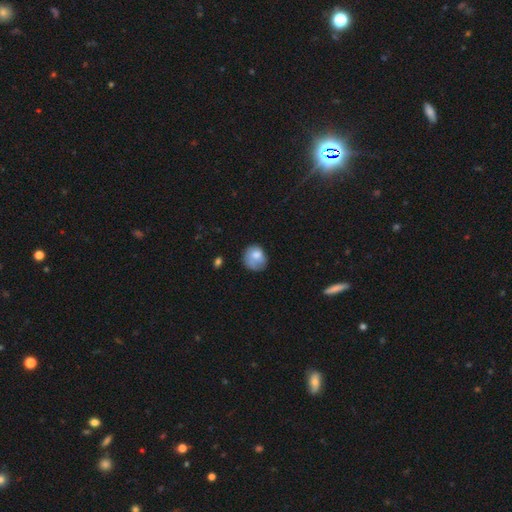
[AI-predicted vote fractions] Smooth or featured? Predicted: smooth (p=0.73). How rounded? Predicted: round (p=0.73). Merging? Predicted: none (p=0.52).